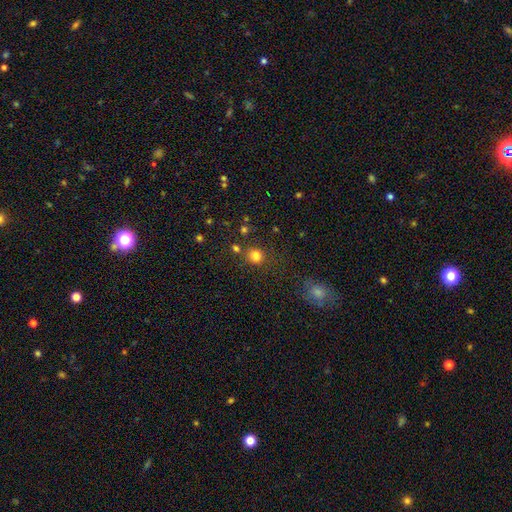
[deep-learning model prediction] This is likely a smooth galaxy (80%). How rounded: likely round (79%). Merging: likely none (73%).